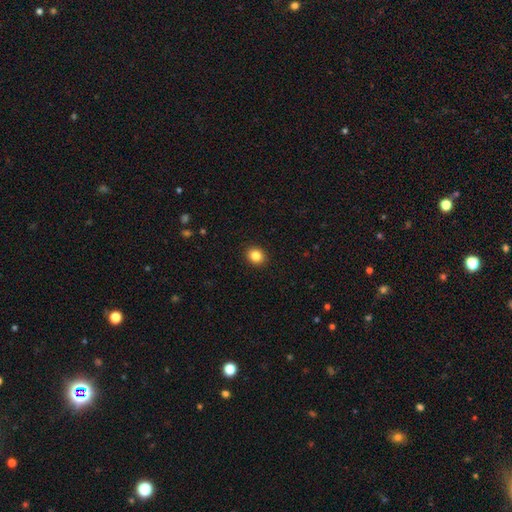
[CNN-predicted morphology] Smooth or featured? smooth (85%)
How rounded? round (67%)
Merging? none (92%)